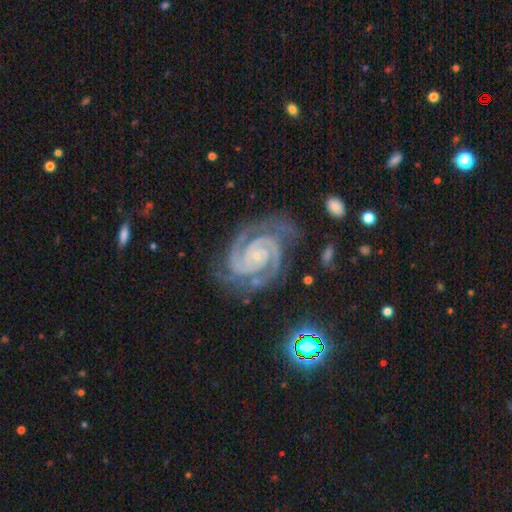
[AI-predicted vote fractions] A featured or disk galaxy (93%) with no bar (62%), 2 (84%) tight (74%) spiral arms (99%) and a small central bulge (80%). Merging: none (76%).